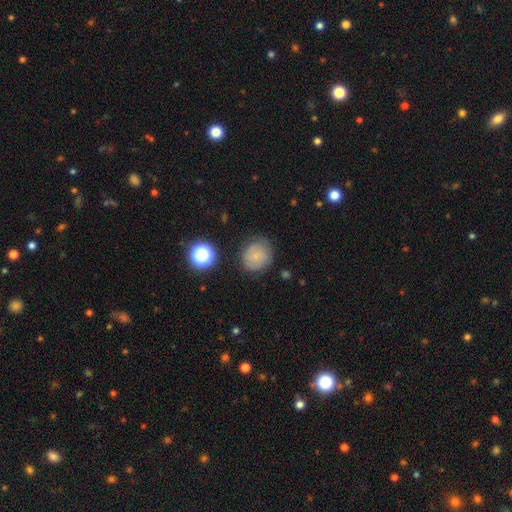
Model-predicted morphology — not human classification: This is likely a smooth galaxy (72%). How rounded: clearly round (83%). Merging: likely none (72%).